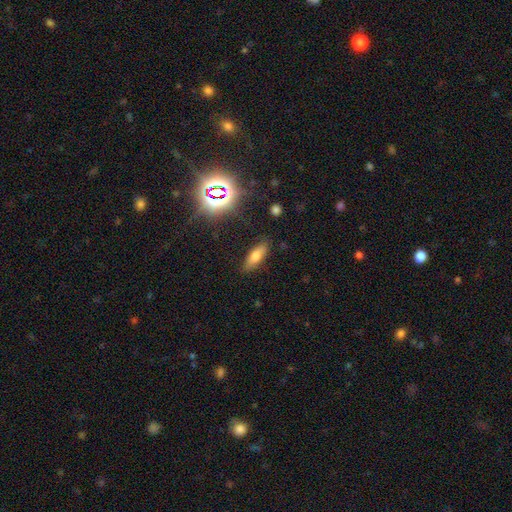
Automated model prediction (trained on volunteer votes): Smooth or featured? smooth (72%)
How rounded? in between (66%)
Merging? none (85%)